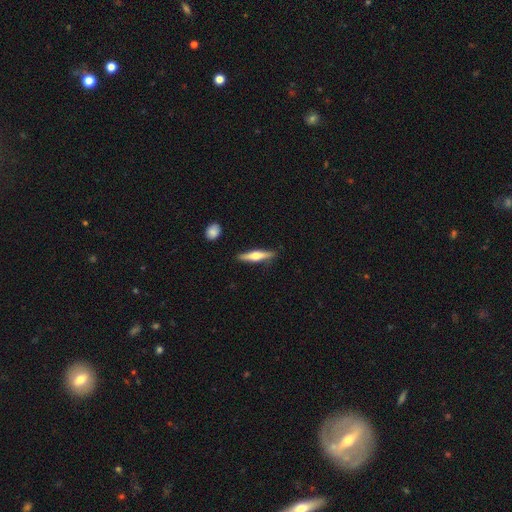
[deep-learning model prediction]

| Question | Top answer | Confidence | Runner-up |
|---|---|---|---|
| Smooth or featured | featured or disk | 53% | smooth (41%) |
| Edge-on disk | yes | 96% | no (4%) |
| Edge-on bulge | rounded | 92% | boxy (4%) |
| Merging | none | 87% | minor disturbance (9%) |